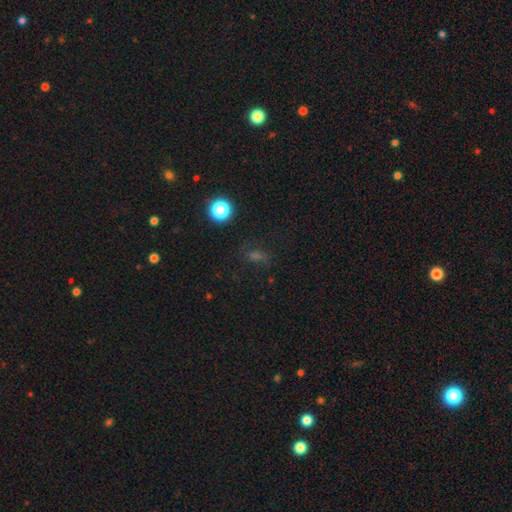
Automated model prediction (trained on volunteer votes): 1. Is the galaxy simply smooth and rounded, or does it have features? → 43% star or artifact (tied), 43% smooth (tied), 13% featured or disk.